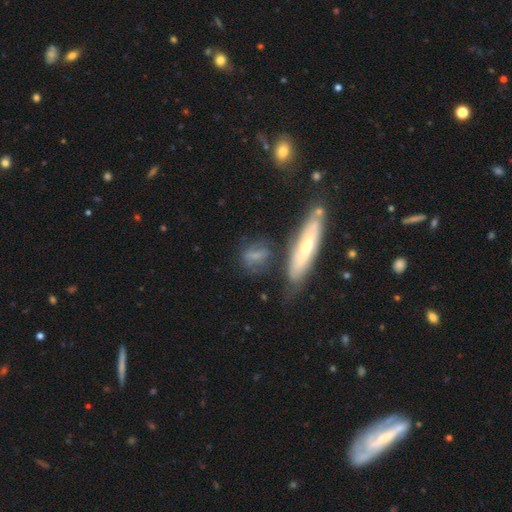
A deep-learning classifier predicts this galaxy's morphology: smooth 51%, featured or disk 39%, star or artifact 10%. Down the decision tree: how rounded — in between (46%); merging — none (59%).